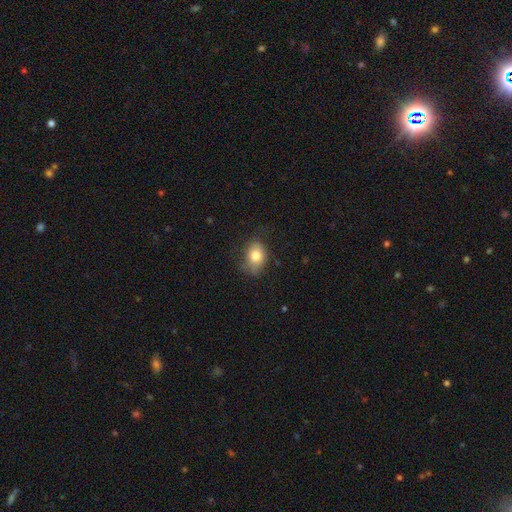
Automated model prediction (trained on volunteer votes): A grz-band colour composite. It shows a smooth galaxy with no disk features (80%) that is in between round and cigar-shaped (70%). Merging: none (66%).